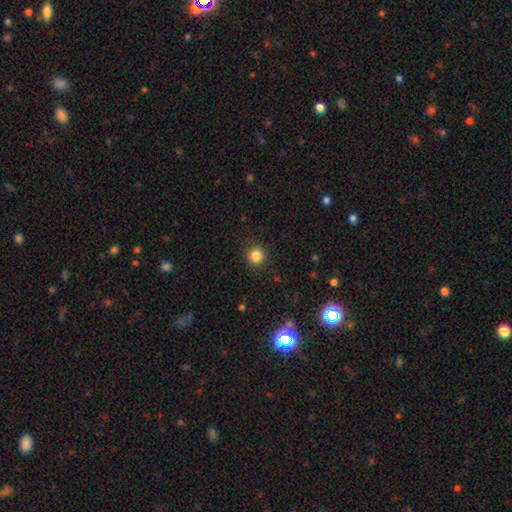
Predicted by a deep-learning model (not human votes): Overall: smooth (84%). How rounded: round (94%). Merging: none (92%).